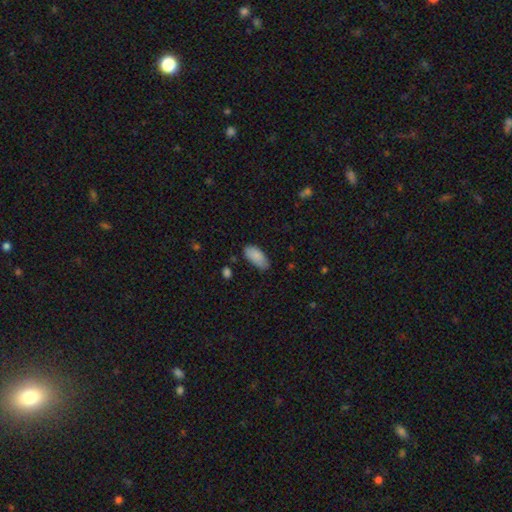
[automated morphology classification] Q: Smooth or featured?
A: smooth (88%); runner-up: star or artifact (7%)
Q: How rounded?
A: in between (90%); runner-up: cigar-shaped (8%)
Q: Merging?
A: none (72%); runner-up: minor disturbance (22%)